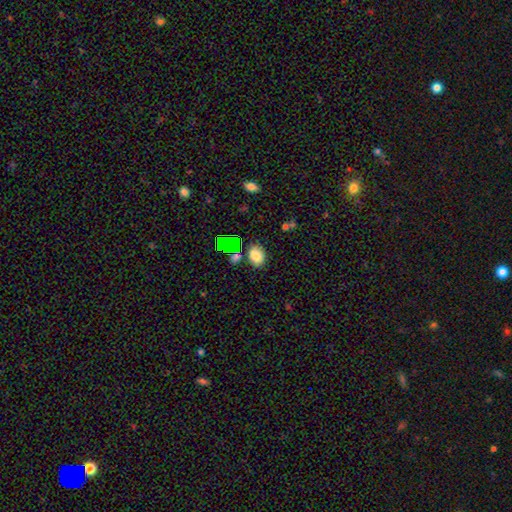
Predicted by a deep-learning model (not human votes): This appears to be a smooth galaxy with no disk features (74%) that is in between round and cigar-shaped (71%). Merging: none (75%).